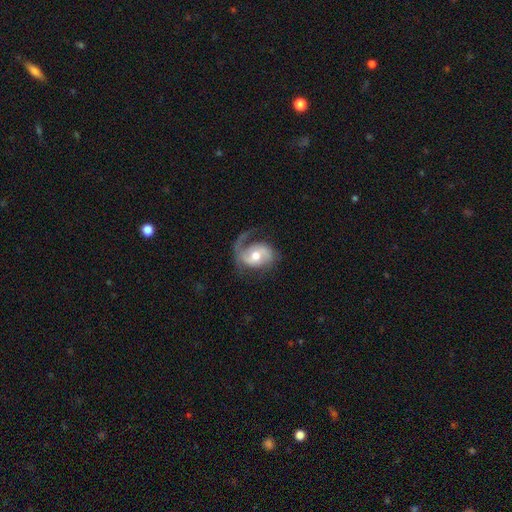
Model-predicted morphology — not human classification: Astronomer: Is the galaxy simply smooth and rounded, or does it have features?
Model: featured or disk — 80%.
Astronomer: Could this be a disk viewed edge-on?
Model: no — 97%.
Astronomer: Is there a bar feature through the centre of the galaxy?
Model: no — 52% (runner-up: weak, 37%).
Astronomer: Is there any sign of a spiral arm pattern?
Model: yes — 93%.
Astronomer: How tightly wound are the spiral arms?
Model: medium — 43% (runner-up: loose, 37%).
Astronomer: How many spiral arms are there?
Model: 2 — 51% (runner-up: 1, 41%).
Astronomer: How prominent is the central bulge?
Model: moderate — 72%.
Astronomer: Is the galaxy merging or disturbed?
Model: none — 49% (runner-up: major disturbance, 28%).